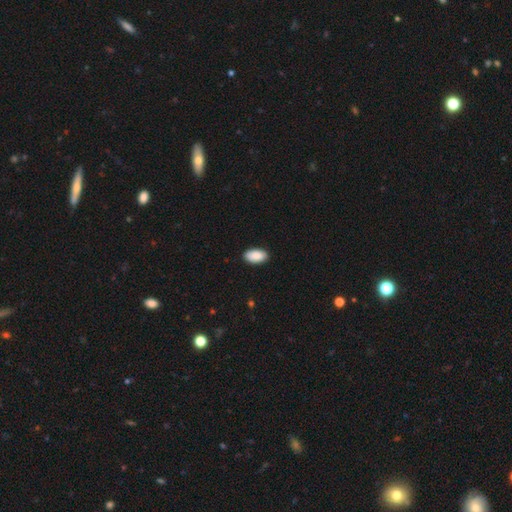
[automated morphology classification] This appears to be a smooth galaxy with no disk features (90%) that is in between round and cigar-shaped (95%). Merging: none (88%).